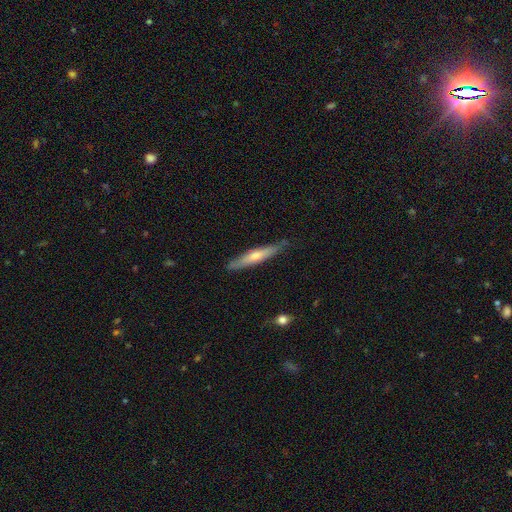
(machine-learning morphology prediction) Smooth or featured? smooth (49%)
Merging? none (82%)